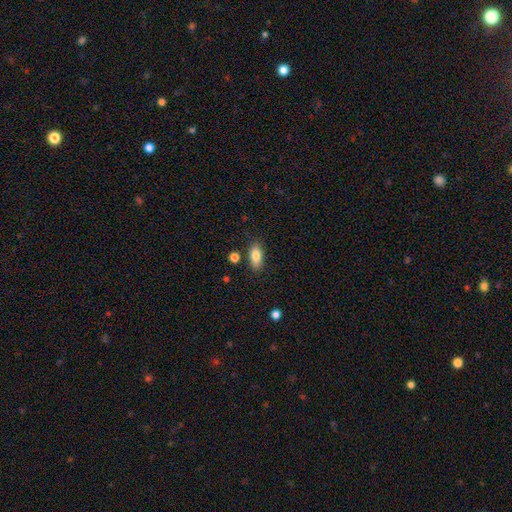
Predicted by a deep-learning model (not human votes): The model was most divided on "merging": none: 83%, minor disturbance: 11%, merger: 3%, major disturbance: 3%. More confident: how rounded — in between (86%); smooth or featured — smooth (82%).